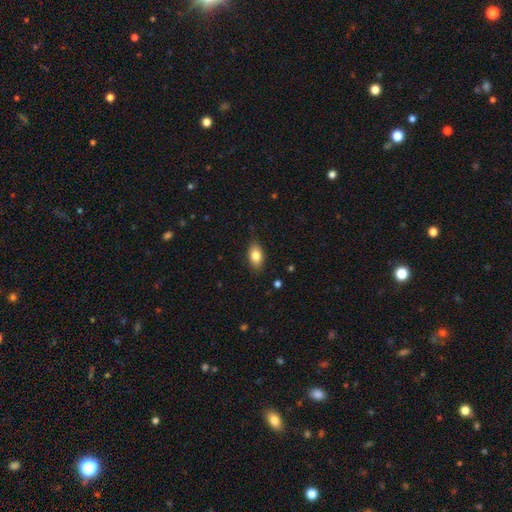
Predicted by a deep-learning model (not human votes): A smooth galaxy with no disk features (82%) that is in between round and cigar-shaped (88%). Merging: none (85%).